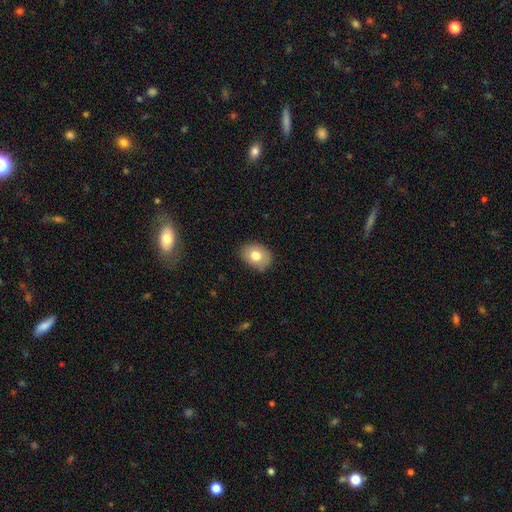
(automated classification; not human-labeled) Smooth or featured? Predicted: smooth (p=0.77). How rounded? Predicted: in between (p=0.64). Merging? Predicted: none (p=0.81).